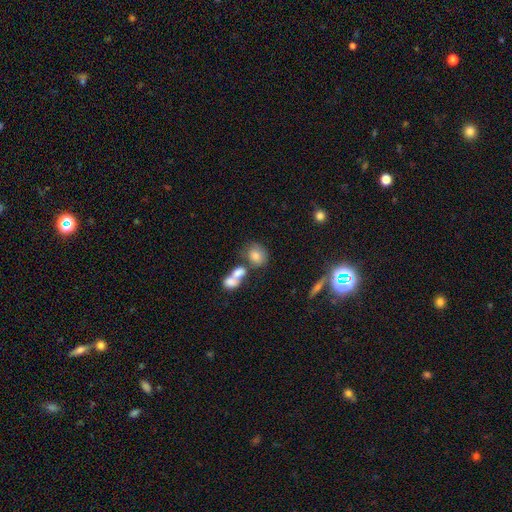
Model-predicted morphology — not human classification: Smooth or featured: smooth — 75% (featured or disk — 14%)
How rounded: round — 58% (in between — 40%)
Merging: none — 47% (merger — 35%)